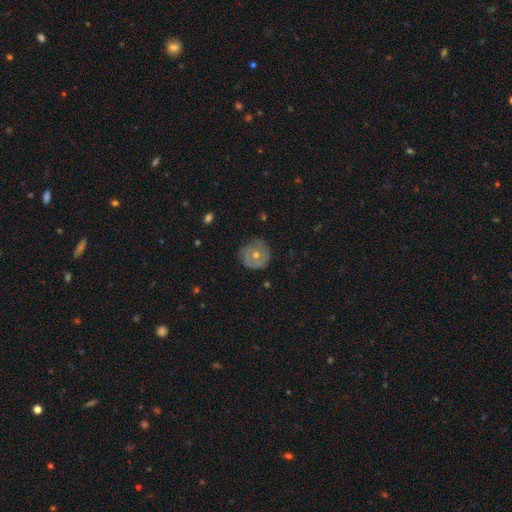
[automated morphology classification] The model was most divided on "smooth or featured": featured or disk: 49%, smooth: 43%, star or artifact: 8%. More confident: merging — none (71%).